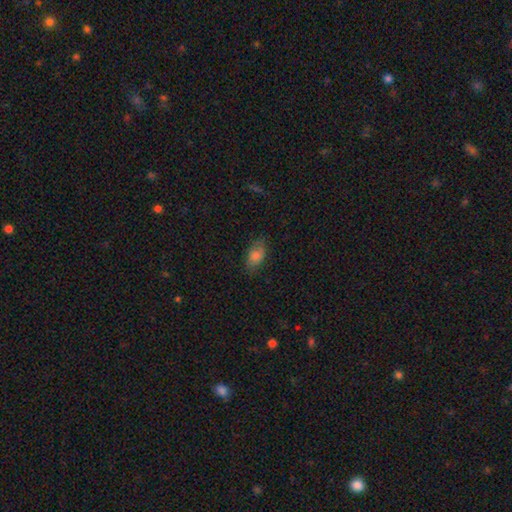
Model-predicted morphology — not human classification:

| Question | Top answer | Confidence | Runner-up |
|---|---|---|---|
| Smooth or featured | smooth | 75% | featured or disk (15%) |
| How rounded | in between | 89% | round (7%) |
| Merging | none | 75% | minor disturbance (19%) |